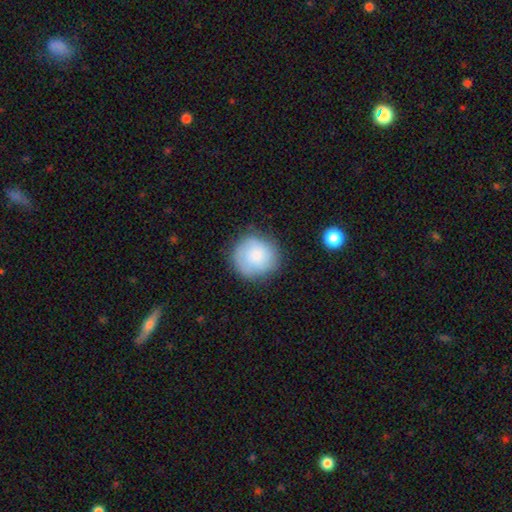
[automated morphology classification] Smooth or featured? smooth (72%)
How rounded? round (91%)
Merging? none (77%)